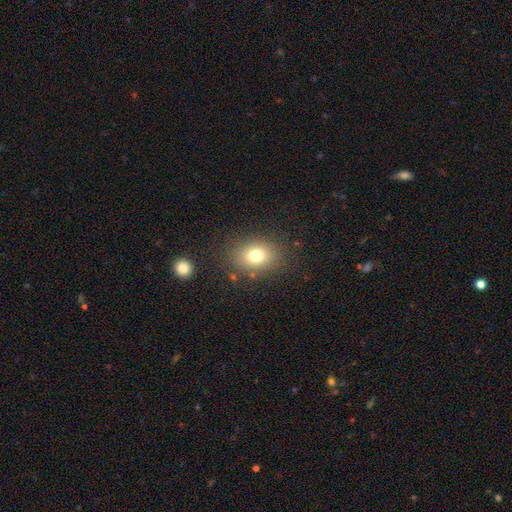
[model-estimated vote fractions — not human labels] Smooth or featured?
  - smooth: 75% *
  - star or artifact: 14%
  - featured or disk: 11%
How rounded?
  - in between: 52% *
  - round: 47%
  - cigar-shaped: 1%
Merging?
  - none: 84% *
  - minor disturbance: 10%
  - major disturbance: 5%
  - merger: 2%